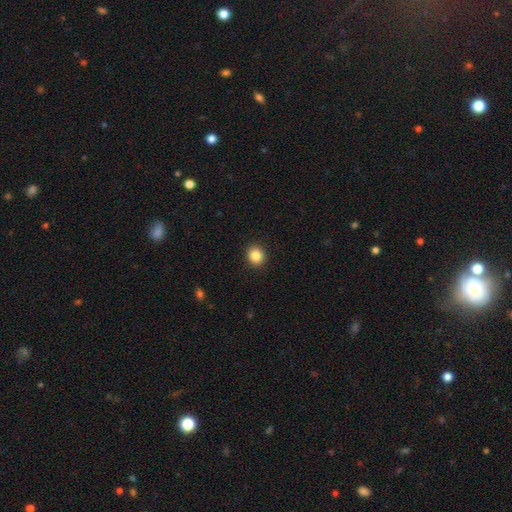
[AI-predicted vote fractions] The model was most divided on "how rounded": round: 84%, in between: 15%, cigar-shaped: 1%. More confident: merging — none (92%); smooth or featured — smooth (86%).